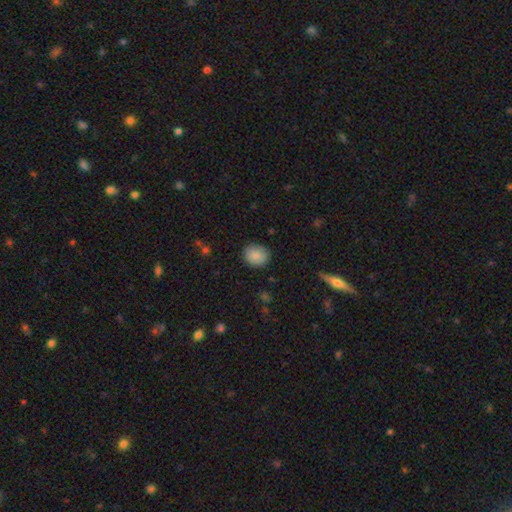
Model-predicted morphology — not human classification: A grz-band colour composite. It shows a smooth galaxy with no disk features (87%) that is round (64%). Merging: none (87%).